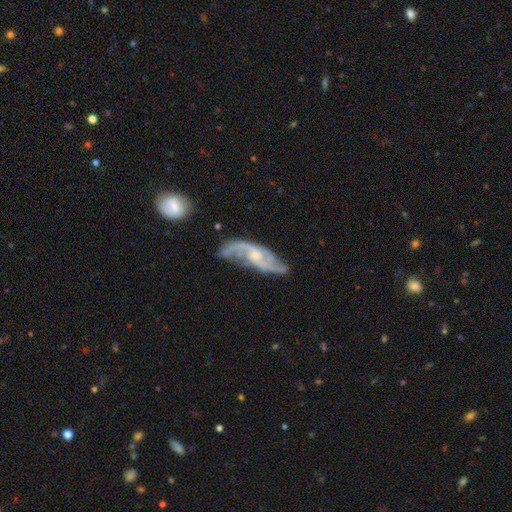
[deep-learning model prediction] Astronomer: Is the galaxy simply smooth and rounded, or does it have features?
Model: featured or disk — 87%.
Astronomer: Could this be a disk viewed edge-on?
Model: no — 93%.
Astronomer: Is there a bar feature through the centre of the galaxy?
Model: no — 52% (runner-up: weak, 40%).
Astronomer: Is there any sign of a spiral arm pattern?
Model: yes — 96%.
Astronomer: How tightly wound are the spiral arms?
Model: loose — 45% (runner-up: medium, 41%).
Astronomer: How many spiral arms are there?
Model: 2 — 73%.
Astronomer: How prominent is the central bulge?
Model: small — 55% (runner-up: moderate, 31%).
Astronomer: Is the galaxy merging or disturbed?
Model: none — 61%.